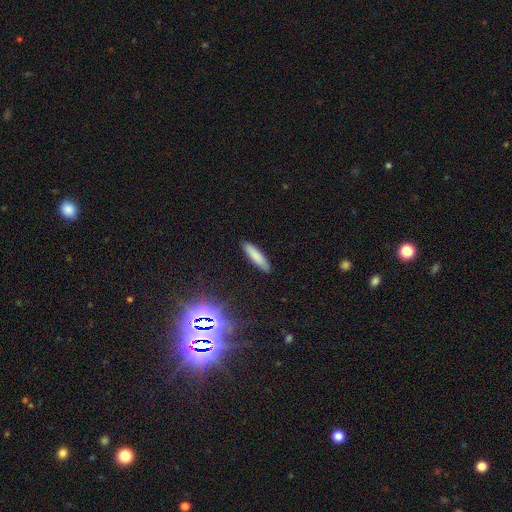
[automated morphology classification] A smooth galaxy with no disk features (82%) that is cigar-shaped (78%). Merging: none (89%).